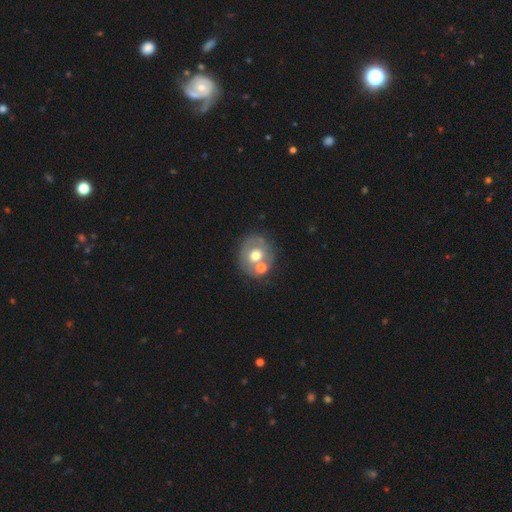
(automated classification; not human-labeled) Q: Smooth or featured?
A: smooth (54%); runner-up: featured or disk (36%)
Q: How rounded?
A: round (78%); runner-up: in between (21%)
Q: Merging?
A: none (57%); runner-up: merger (25%)